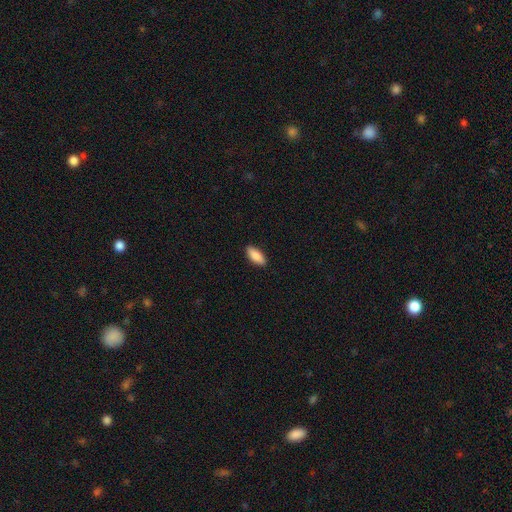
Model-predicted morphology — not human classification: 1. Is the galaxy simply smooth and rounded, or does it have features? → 90% smooth, 6% star or artifact, 4% featured or disk.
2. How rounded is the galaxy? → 85% in between, 13% cigar-shaped, 2% round.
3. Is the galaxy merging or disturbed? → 90% none, 8% minor disturbance, 2% major disturbance, 1% merger.